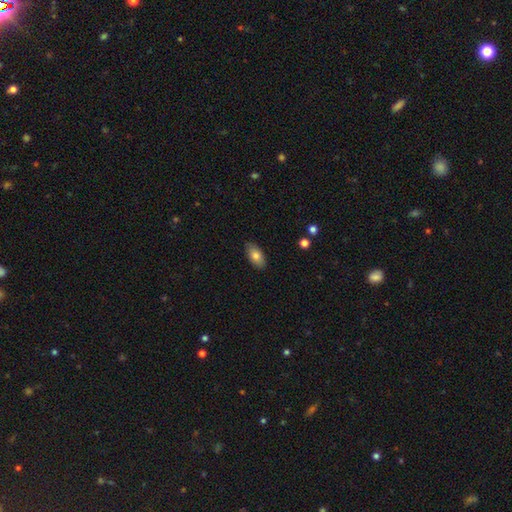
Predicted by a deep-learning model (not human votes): Overall: smooth (79%). How rounded: in between (93%). Merging: none (86%).